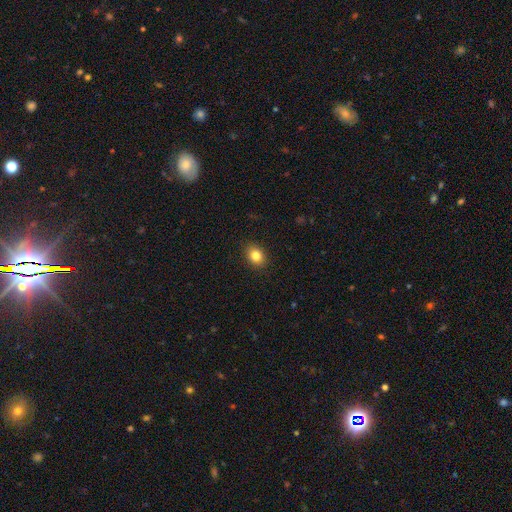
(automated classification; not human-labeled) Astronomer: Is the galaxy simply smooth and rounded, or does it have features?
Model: smooth — 83%.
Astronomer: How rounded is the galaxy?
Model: in between — 53% (runner-up: round, 46%).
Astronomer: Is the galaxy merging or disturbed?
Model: none — 90%.